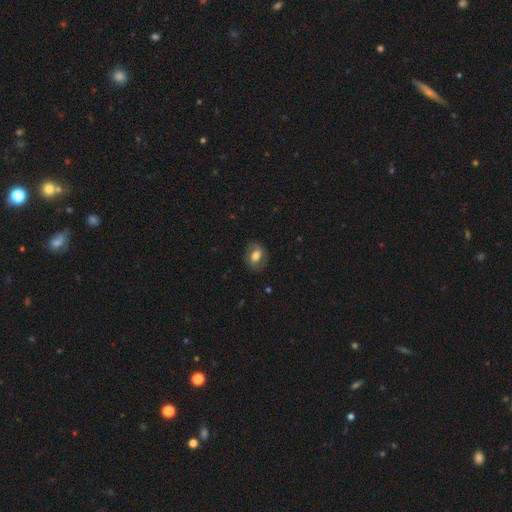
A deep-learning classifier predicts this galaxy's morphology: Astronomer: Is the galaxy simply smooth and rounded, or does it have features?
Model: smooth — 58% (runner-up: featured or disk, 34%).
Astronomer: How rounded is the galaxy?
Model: in between — 68%.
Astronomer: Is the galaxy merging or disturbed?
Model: none — 77%.